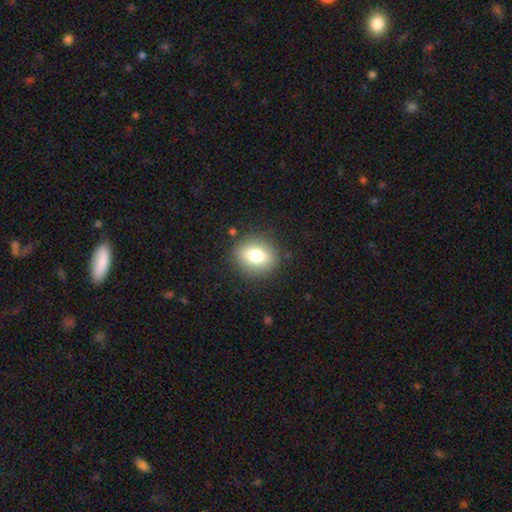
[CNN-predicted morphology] smooth-or-featured: smooth: 77% | featured or disk: 13% | star or artifact: 10%
  how-rounded: round: 55% | in between: 43% | cigar-shaped: 2%
  merging: none: 86% | minor disturbance: 9% | major disturbance: 3% | merger: 2%